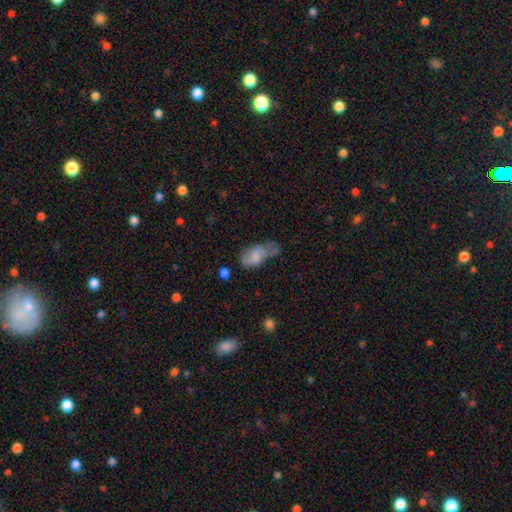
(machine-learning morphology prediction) Q: Smooth or featured?
A: smooth (63%); runner-up: featured or disk (28%)
Q: How rounded?
A: in between (91%); runner-up: round (6%)
Q: Merging?
A: minor disturbance (32%); runner-up: major disturbance (29%)